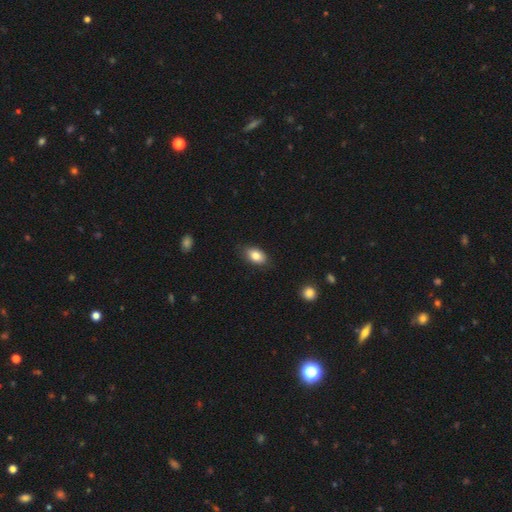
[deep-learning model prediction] Overall: smooth (83%). How rounded: in between (90%). Merging: none (82%).